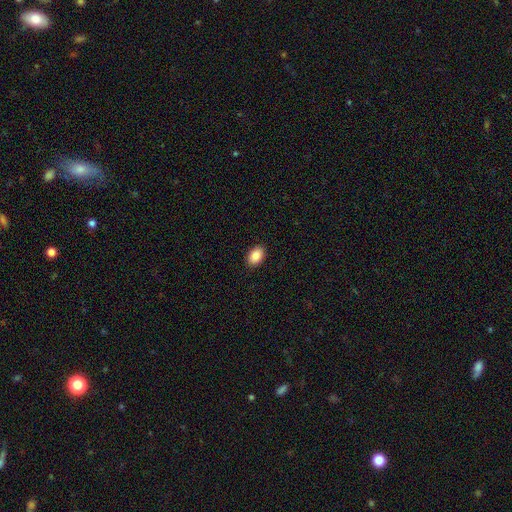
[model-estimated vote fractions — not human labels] This appears to be a smooth galaxy with no disk features (88%) that is in between round and cigar-shaped (86%). Merging: none (91%).